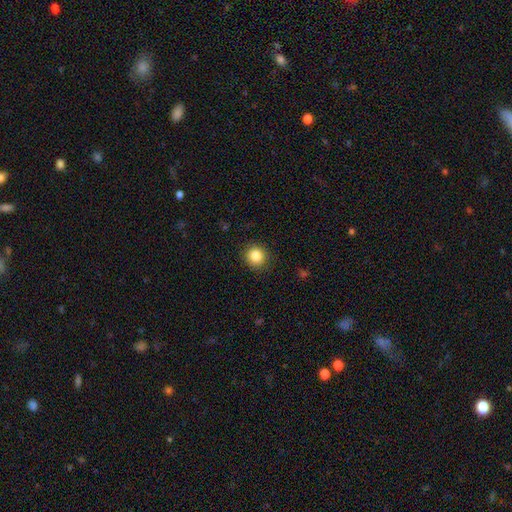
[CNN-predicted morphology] Smooth or featured? smooth (85%)
How rounded? round (91%)
Merging? none (90%)